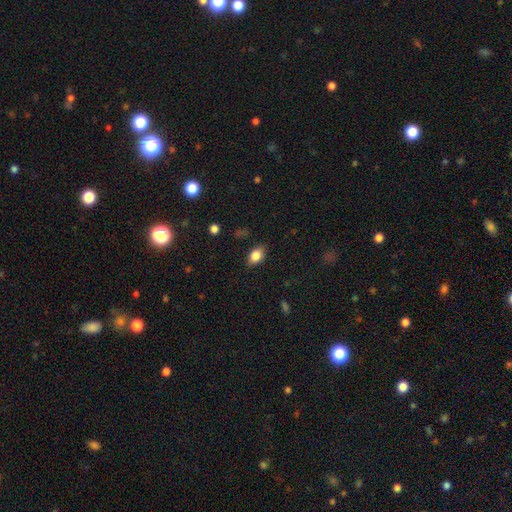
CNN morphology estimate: A smooth galaxy with no disk features (83%) that is in between round and cigar-shaped (83%). Merging: none (82%).